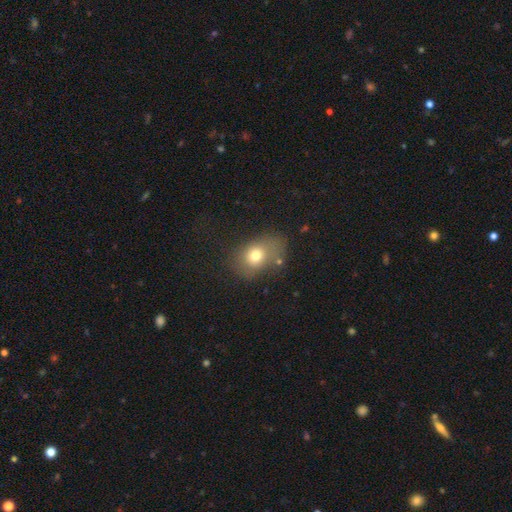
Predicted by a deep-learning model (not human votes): This is likely a smooth galaxy (72%). How rounded: likely in between (63%). Merging: possibly none (52%).